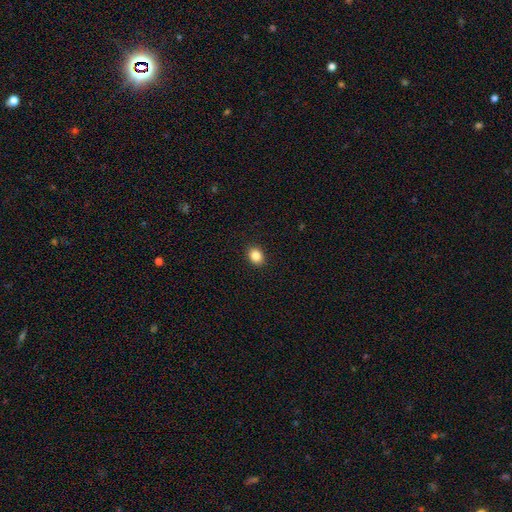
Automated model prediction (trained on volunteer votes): Morphology: type=smooth (85%); roundness=round (54%); merging=none (92%).